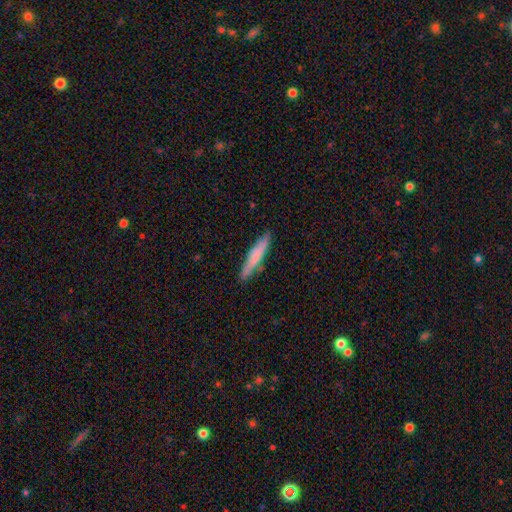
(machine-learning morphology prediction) Smooth or featured?
  - smooth: 66% *
  - featured or disk: 28%
  - star or artifact: 6%
How rounded?
  - cigar-shaped: 93% *
  - in between: 6%
  - round: 1%
Merging?
  - none: 85% *
  - minor disturbance: 11%
  - merger: 2%
  - major disturbance: 2%